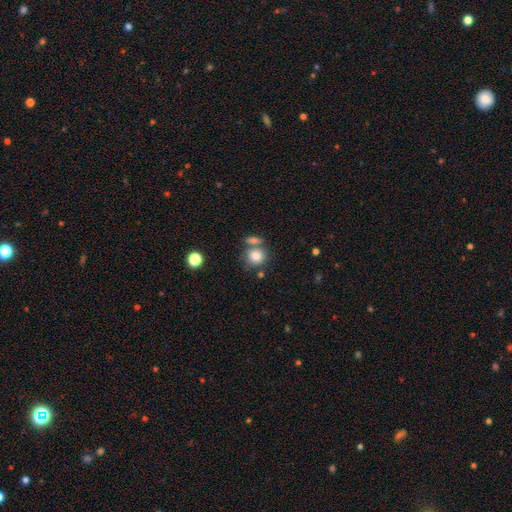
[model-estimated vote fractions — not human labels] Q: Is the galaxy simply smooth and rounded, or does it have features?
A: smooth — 82%.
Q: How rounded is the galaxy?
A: round — 80%.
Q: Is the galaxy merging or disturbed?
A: none — 58%.